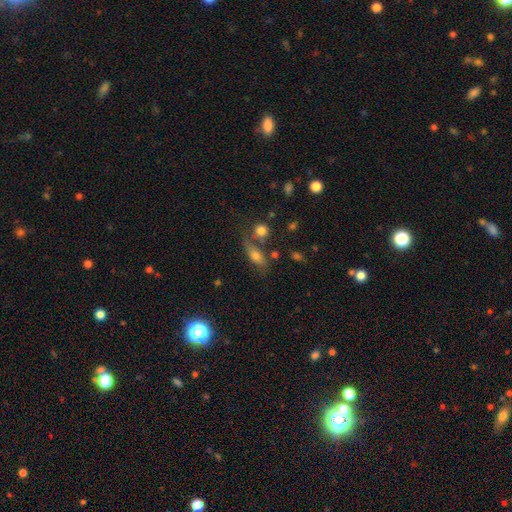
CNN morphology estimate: This is likely a smooth galaxy (63%). How rounded: likely in between (67%). Merging: possibly none (52%).